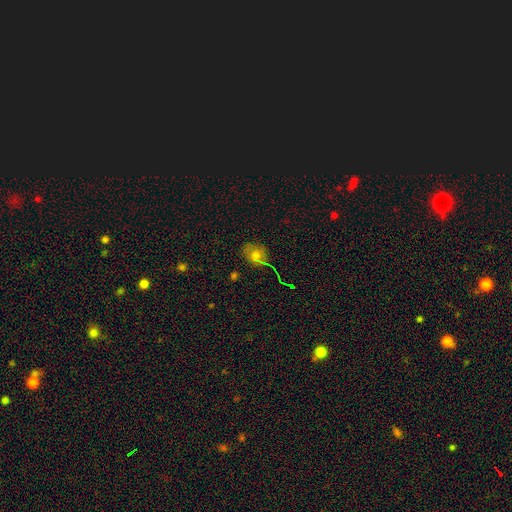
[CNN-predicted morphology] Smooth or featured? smooth (56%)
How rounded? round (56%)
Merging? none (60%)